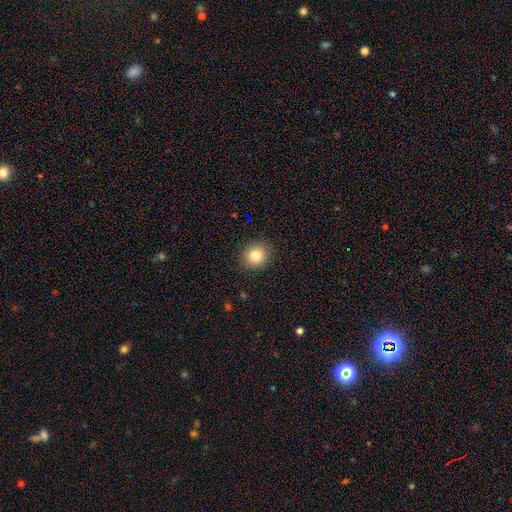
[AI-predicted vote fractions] smooth-or-featured: smooth: 82% | star or artifact: 11% | featured or disk: 8%
  how-rounded: round: 78% | in between: 21% | cigar-shaped: 1%
  merging: none: 90% | minor disturbance: 7% | major disturbance: 2% | merger: 1%